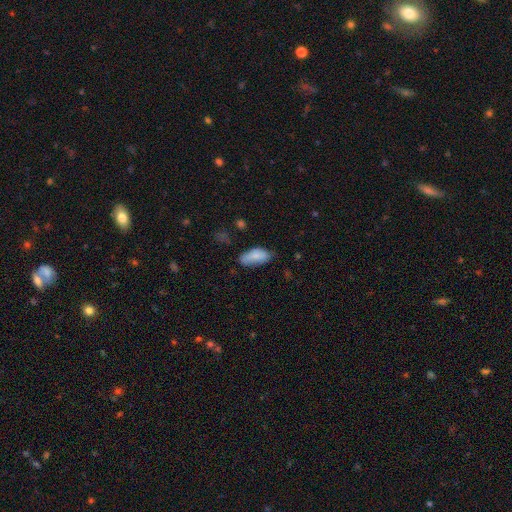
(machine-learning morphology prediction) Smooth or featured: smooth — 82% (featured or disk — 11%)
How rounded: in between — 90% (cigar-shaped — 7%)
Merging: none — 59% (minor disturbance — 31%)